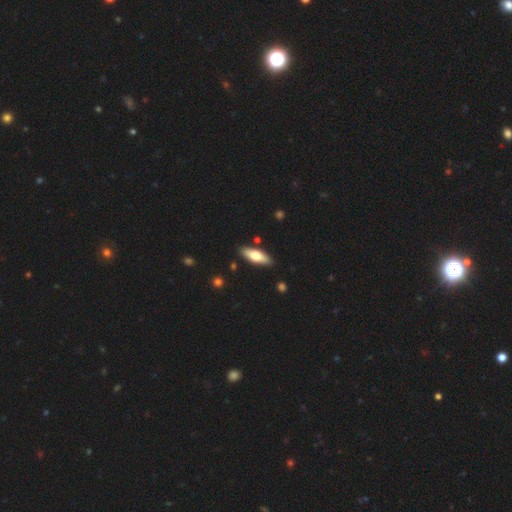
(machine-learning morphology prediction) Smooth or featured: smooth — 61% (featured or disk — 34%)
How rounded: in between — 56% (cigar-shaped — 42%)
Merging: none — 88% (minor disturbance — 9%)